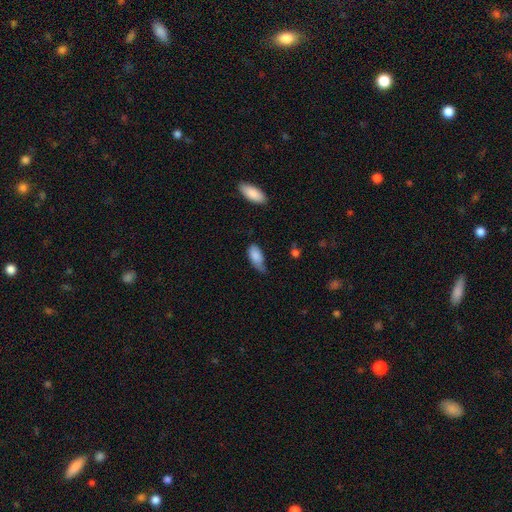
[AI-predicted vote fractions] Smooth or featured: smooth — 84% (featured or disk — 10%)
How rounded: in between — 89% (cigar-shaped — 8%)
Merging: minor disturbance — 50% (none — 32%)